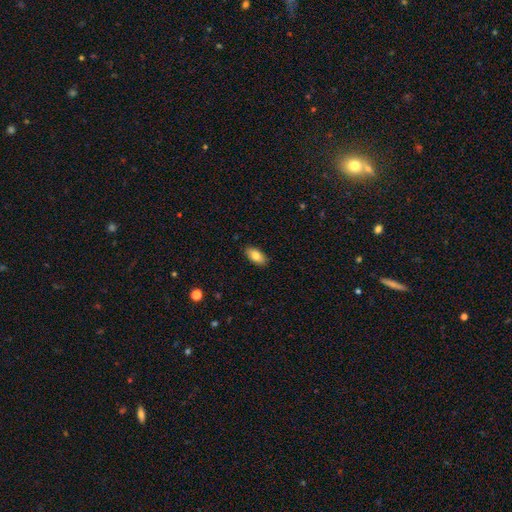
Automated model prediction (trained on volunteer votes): Morphology: type=smooth (81%); roundness=in between (92%); merging=none (88%).